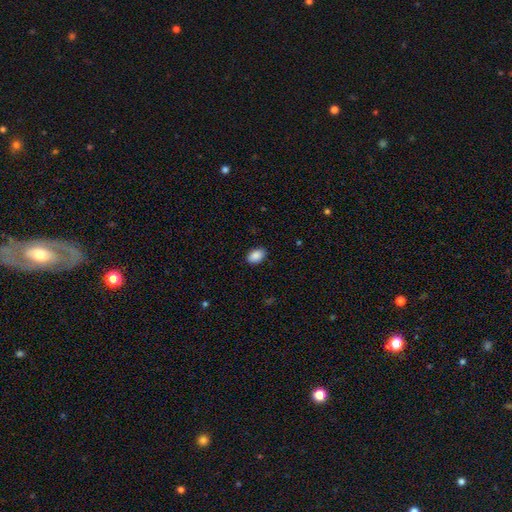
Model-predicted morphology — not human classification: This appears to be a smooth galaxy with no disk features (89%) that is in between round and cigar-shaped (88%). Merging: none (87%).